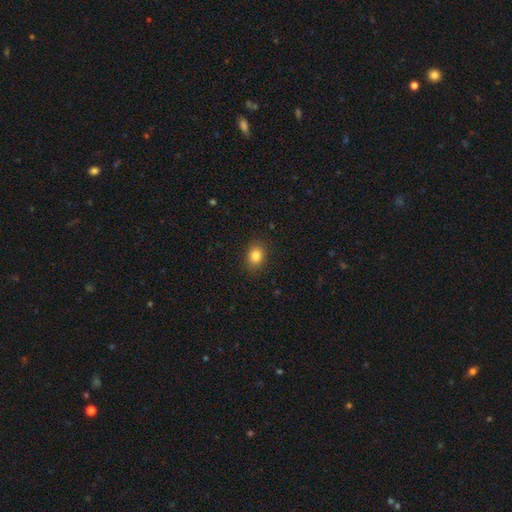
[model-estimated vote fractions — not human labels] This appears to be a smooth galaxy with no disk features (84%) that is in between round and cigar-shaped (59%). Merging: none (87%).